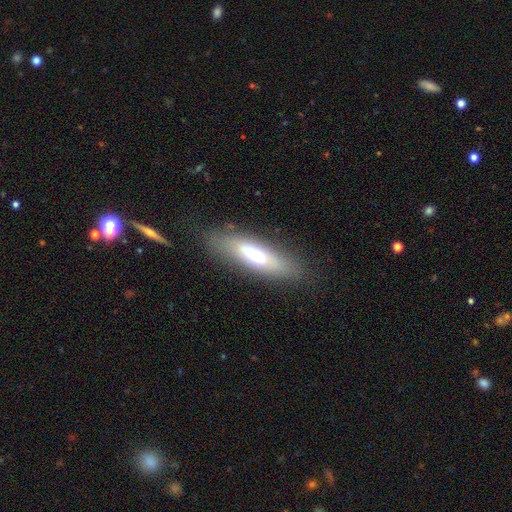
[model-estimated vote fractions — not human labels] Morphology: type=smooth (58%); roundness=cigar-shaped (49%, tied with in between); merging=none (80%).